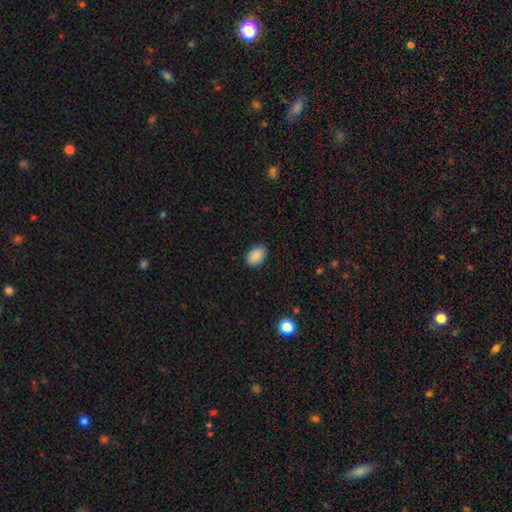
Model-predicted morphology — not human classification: Q: Smooth or featured?
A: smooth (89%); runner-up: star or artifact (7%)
Q: How rounded?
A: in between (84%); runner-up: round (15%)
Q: Merging?
A: none (86%); runner-up: minor disturbance (11%)